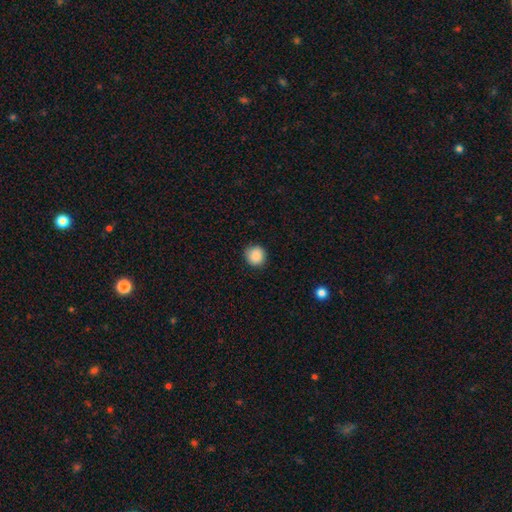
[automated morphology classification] This is clearly a smooth galaxy (88%). How rounded: clearly round (92%). Merging: clearly none (89%).